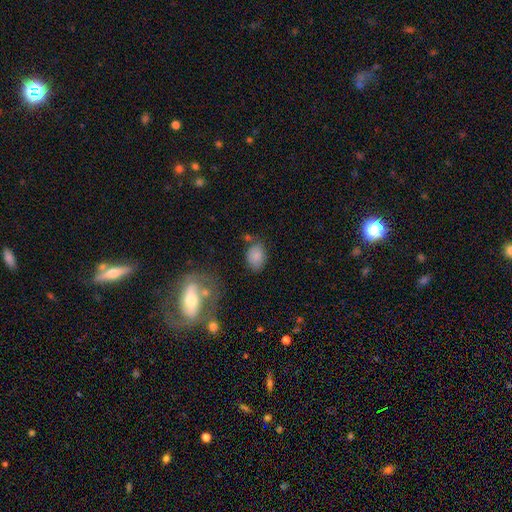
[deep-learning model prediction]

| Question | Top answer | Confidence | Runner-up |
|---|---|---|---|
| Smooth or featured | smooth | 83% | star or artifact (9%) |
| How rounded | in between | 80% | round (19%) |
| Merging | none | 69% | minor disturbance (18%) |